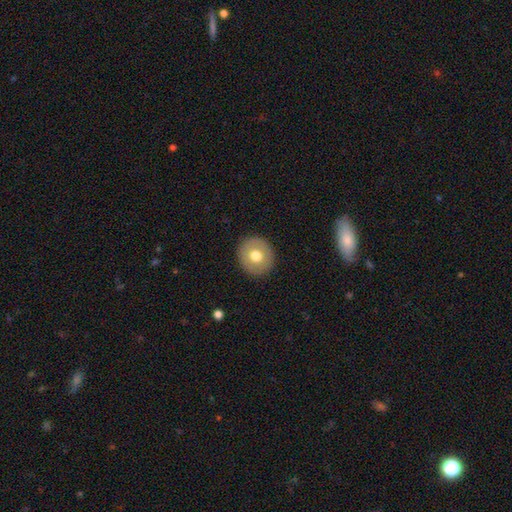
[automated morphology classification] A smooth galaxy with no disk features (69%) that is round (90%).

Vote fractions:
- Smooth or featured? smooth: 69% / featured or disk: 24% / star or artifact: 7%
- How rounded? round: 90% / in between: 9% / cigar-shaped: 1%
- Merging? none: 91% / minor disturbance: 6% / major disturbance: 2% / merger: 1%